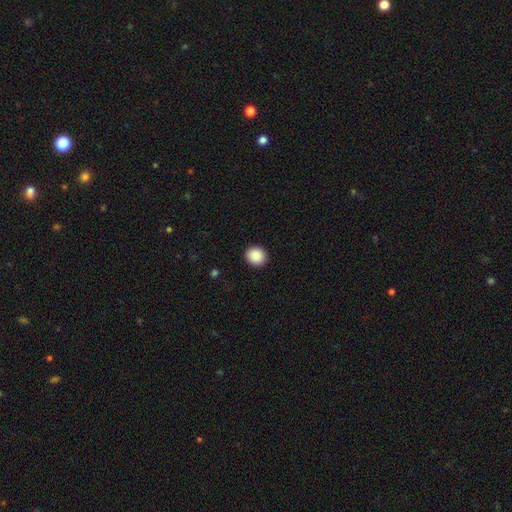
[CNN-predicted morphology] This is clearly a smooth galaxy (90%). How rounded: likely round (80%). Merging: clearly none (91%).